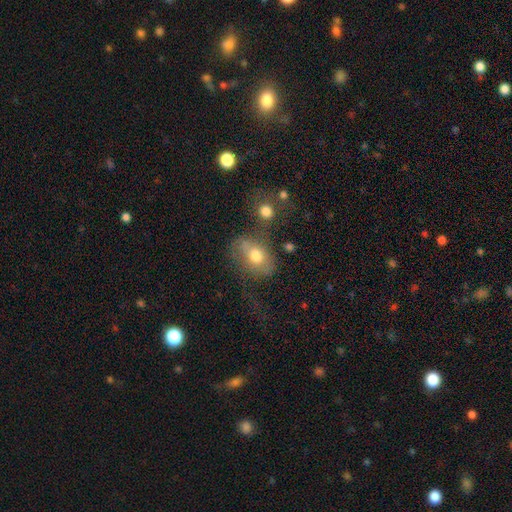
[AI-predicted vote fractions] Q: Smooth or featured?
A: smooth (67%); runner-up: featured or disk (23%)
Q: How rounded?
A: in between (75%); runner-up: round (23%)
Q: Merging?
A: none (46%); runner-up: minor disturbance (22%)